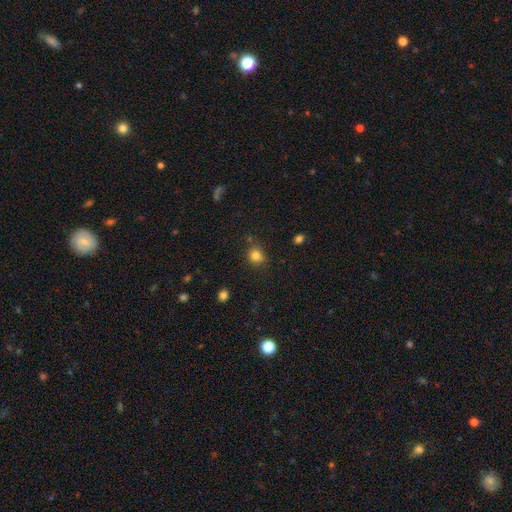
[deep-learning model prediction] This appears to be a smooth galaxy with no disk features (81%) that is round (81%). Merging: none (78%).